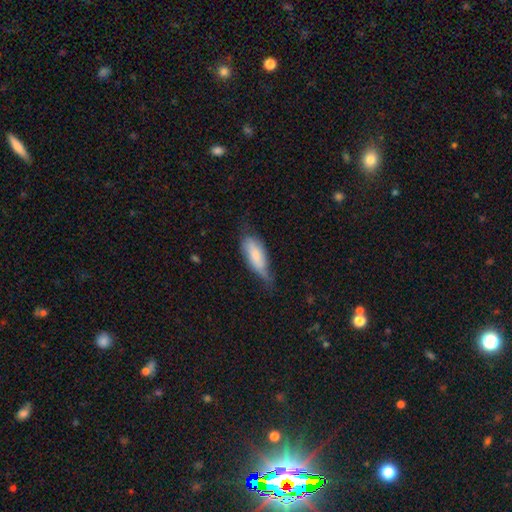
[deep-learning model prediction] Smooth or featured?
  - smooth: 69% *
  - featured or disk: 25%
  - star or artifact: 7%
How rounded?
  - in between: 71% *
  - cigar-shaped: 27%
  - round: 2%
Merging?
  - minor disturbance: 44% *
  - none: 38%
  - major disturbance: 16%
  - merger: 2%